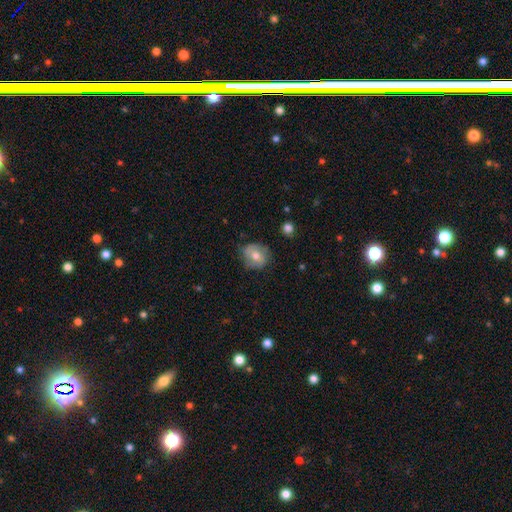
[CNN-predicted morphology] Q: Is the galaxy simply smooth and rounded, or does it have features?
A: smooth — 60%.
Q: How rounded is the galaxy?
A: round — 78%.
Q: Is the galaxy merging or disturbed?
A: none — 70%.